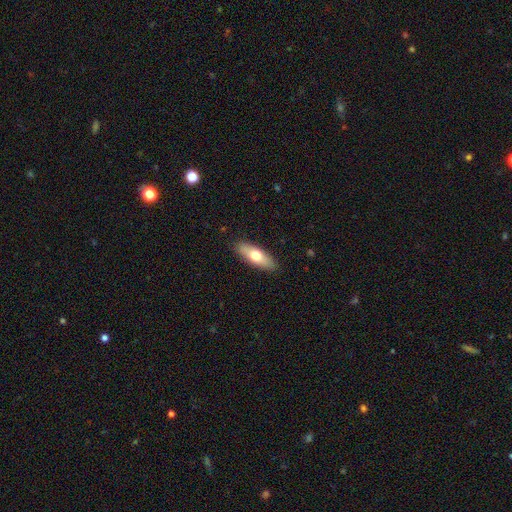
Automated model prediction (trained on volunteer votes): A smooth galaxy with no disk features (67%) that is in between round and cigar-shaped (65%). Merging: none (88%).